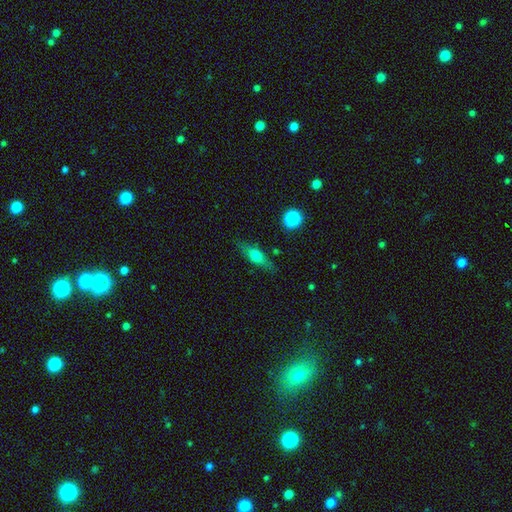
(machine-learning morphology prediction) This is possibly a smooth galaxy (51%). How rounded: possibly in between (48%). Merging: clearly none (80%).